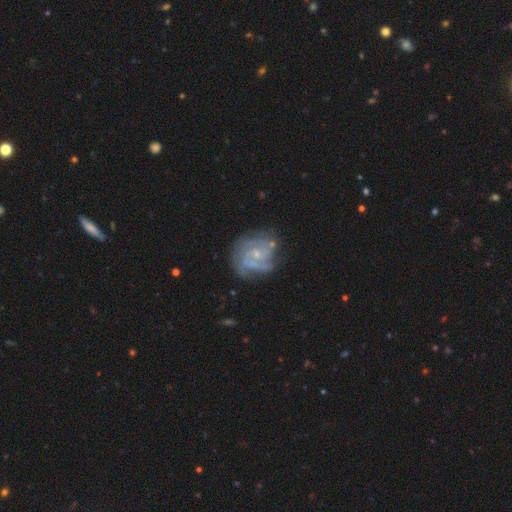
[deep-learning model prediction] Smooth or featured: featured or disk — 87% (smooth — 7%)
Edge-on disk: no — 98% (yes — 2%)
Bar: no — 56% (weak — 38%)
Spiral arms: yes — 95% (no — 5%)
Spiral winding: tight — 54% (medium — 38%)
Spiral arm count: 3 — 31% (tied with 2 — 31%)
Bulge size: small — 69% (moderate — 23%)
Merging: none — 63% (minor disturbance — 21%)